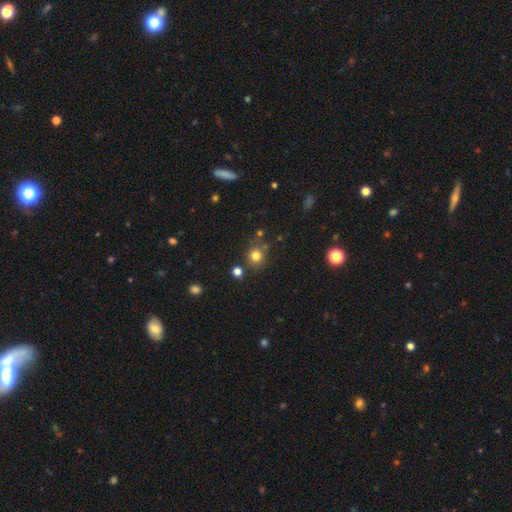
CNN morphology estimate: Smooth or featured? Predicted: smooth (p=0.77). How rounded? Predicted: round (p=0.88). Merging? Predicted: none (p=0.75).